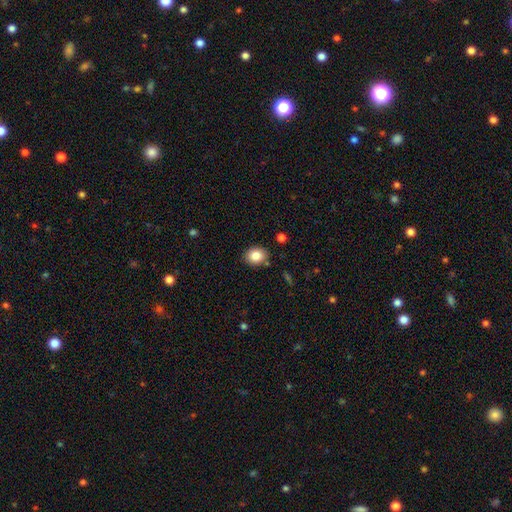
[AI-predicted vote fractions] smooth_or_featured: smooth (p=0.84) [alt: star or artifact p=0.09]
how_rounded: round (p=0.57) [alt: in between p=0.43]
merging: none (p=0.86) [alt: minor disturbance p=0.09]